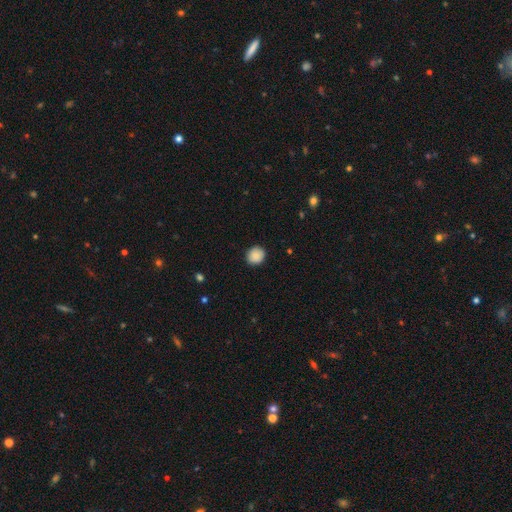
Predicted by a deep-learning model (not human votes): Smooth or featured?
  - smooth: 88% *
  - star or artifact: 8%
  - featured or disk: 4%
How rounded?
  - round: 86% *
  - in between: 13%
  - cigar-shaped: 1%
Merging?
  - none: 90% *
  - minor disturbance: 8%
  - major disturbance: 2%
  - merger: 1%